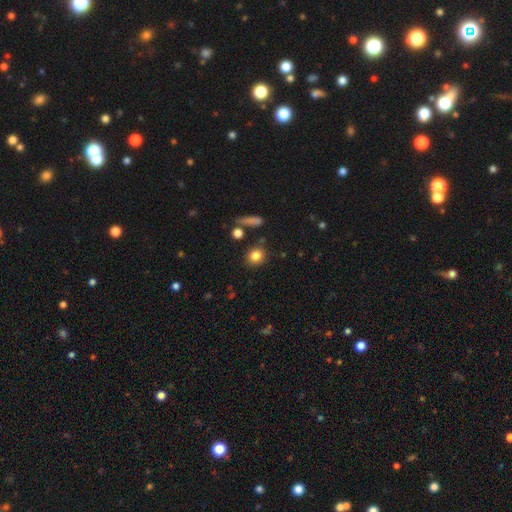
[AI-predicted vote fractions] This appears to be a smooth galaxy with no disk features (83%) that is round (77%). Merging: none (82%).